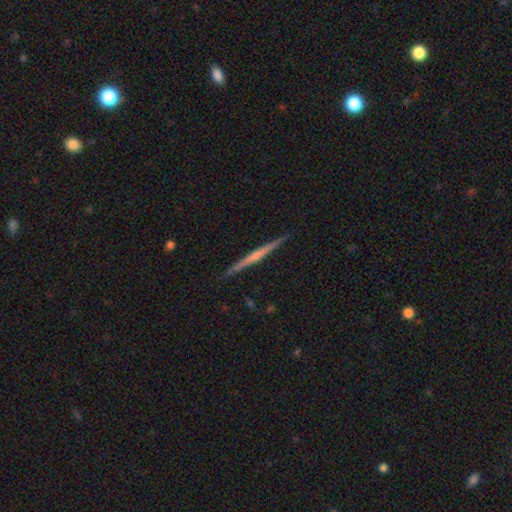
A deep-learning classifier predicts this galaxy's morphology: This is likely a featured or disk galaxy (64%). It is clearly viewed edge-on (98%). Edge-on bulge: likely none (61%). Merging: clearly none (91%).